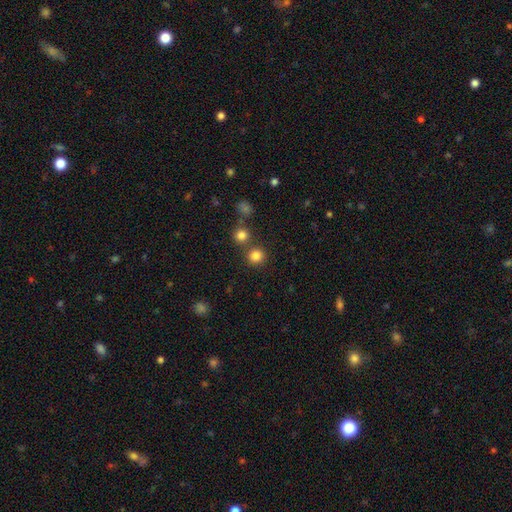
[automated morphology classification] Smooth or featured: smooth — 82% (star or artifact — 13%)
How rounded: round — 92% (in between — 7%)
Merging: none — 76% (merger — 14%)